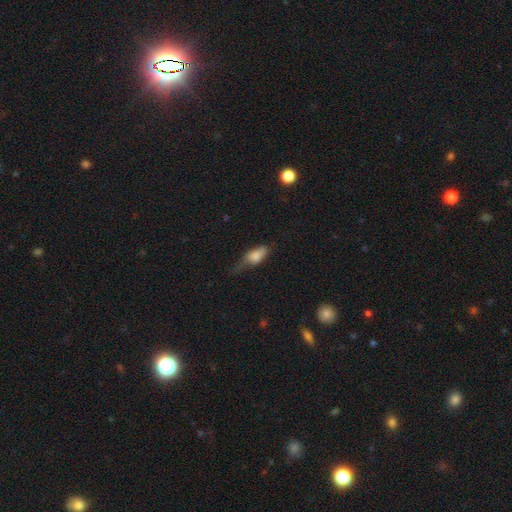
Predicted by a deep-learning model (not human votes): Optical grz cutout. It shows a smooth galaxy with no disk features (73%) that is in between round and cigar-shaped (82%). Merging: minor disturbance (39%).